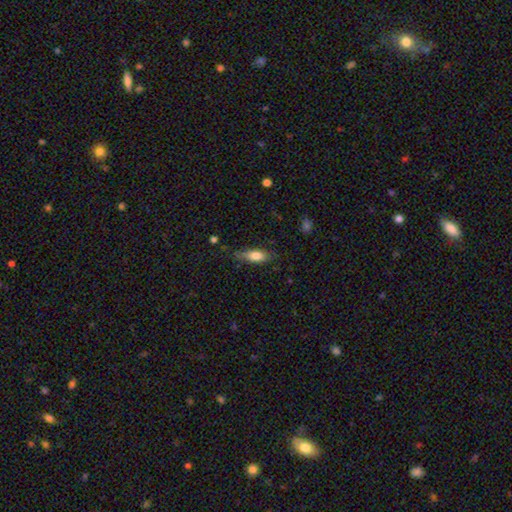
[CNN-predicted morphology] This is likely a smooth galaxy (76%). How rounded: likely in between (65%). Merging: likely none (67%).